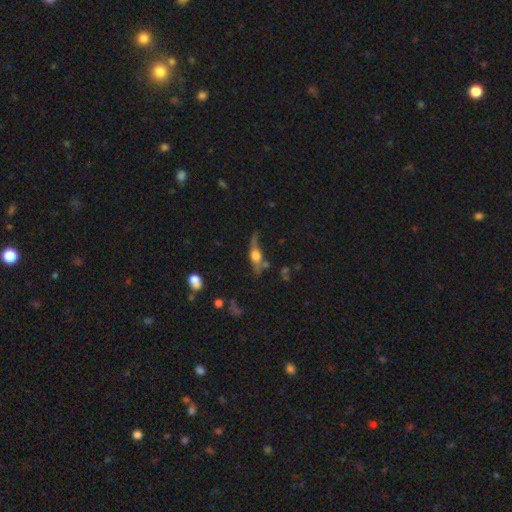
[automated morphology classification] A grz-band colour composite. It shows a featured or disk galaxy (56%) viewed edge-on (76%). Merging: none (52%).